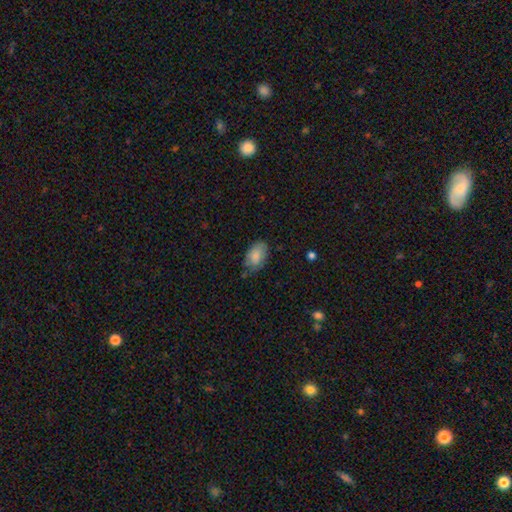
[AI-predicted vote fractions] This is clearly a smooth galaxy (83%). How rounded: clearly in between (93%). Merging: likely none (65%).